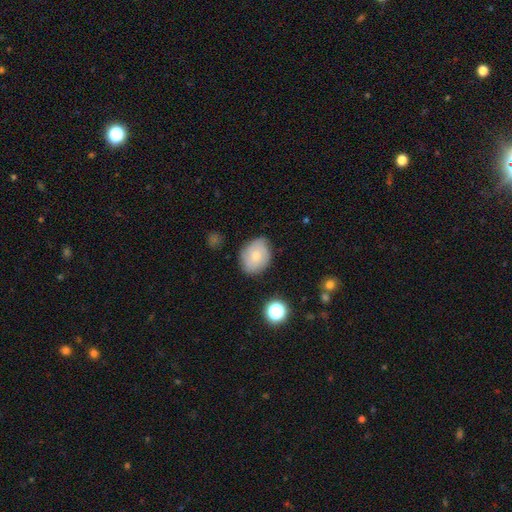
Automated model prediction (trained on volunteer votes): A smooth galaxy with no disk features (67%) that is in between round and cigar-shaped (52%).

Vote fractions:
- Smooth or featured? smooth: 67% / featured or disk: 24% / star or artifact: 9%
- How rounded? in between: 52% / round: 47% / cigar-shaped: 1%
- Merging? none: 72% / minor disturbance: 22% / major disturbance: 4% / merger: 2%